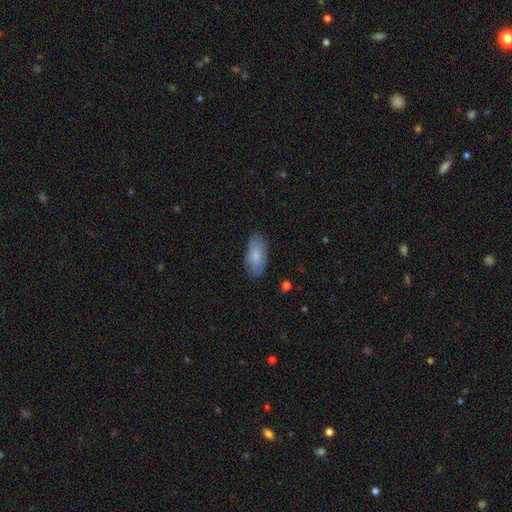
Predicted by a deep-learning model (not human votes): Smooth or featured?
  - smooth: 78% *
  - featured or disk: 16%
  - star or artifact: 6%
How rounded?
  - in between: 93% *
  - cigar-shaped: 5%
  - round: 3%
Merging?
  - none: 79% *
  - minor disturbance: 17%
  - major disturbance: 3%
  - merger: 1%